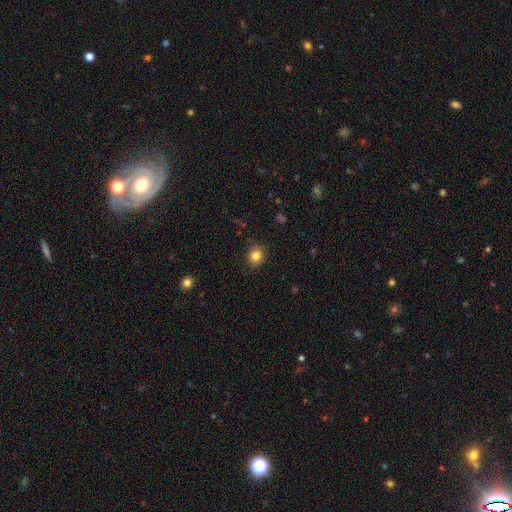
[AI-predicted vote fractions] This is clearly a smooth galaxy (83%). How rounded: likely round (76%). Merging: clearly none (87%).